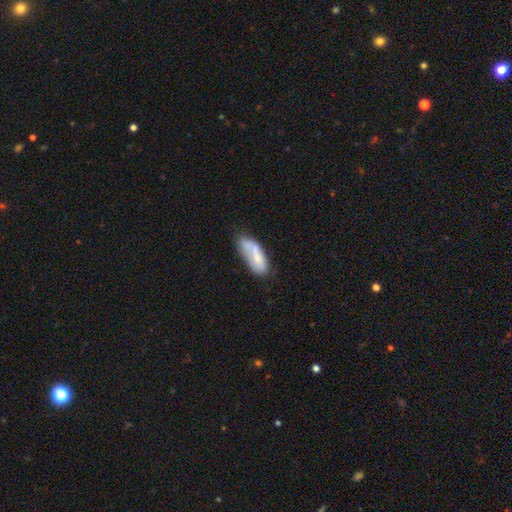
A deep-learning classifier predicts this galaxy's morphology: Smooth or featured? smooth (58%)
How rounded? in between (82%)
Merging? none (35%)